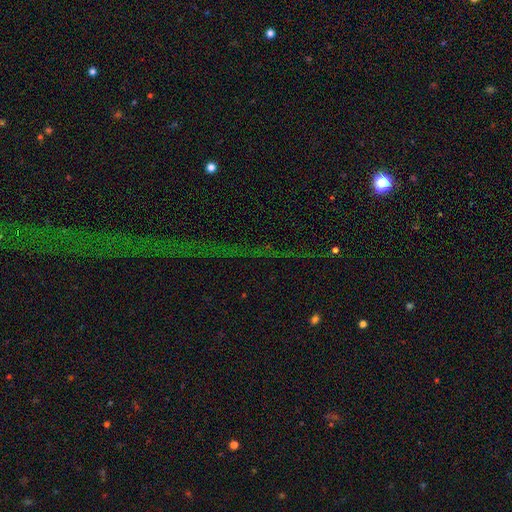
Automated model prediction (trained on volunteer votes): Smooth or featured? Predicted: star or artifact (p=0.82).